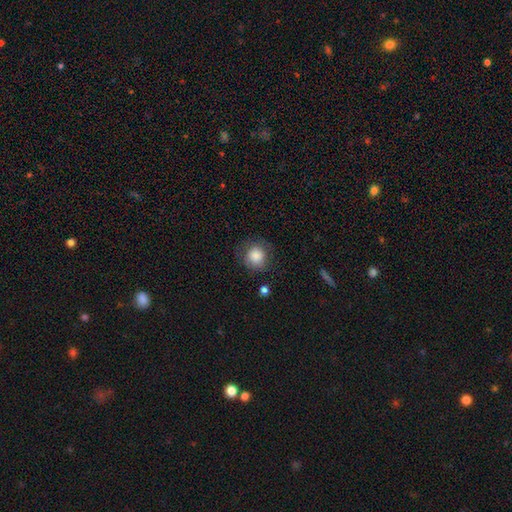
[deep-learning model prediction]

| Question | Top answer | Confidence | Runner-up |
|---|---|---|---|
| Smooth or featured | smooth | 83% | featured or disk (9%) |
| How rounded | round | 86% | in between (13%) |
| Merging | none | 71% | minor disturbance (19%) |